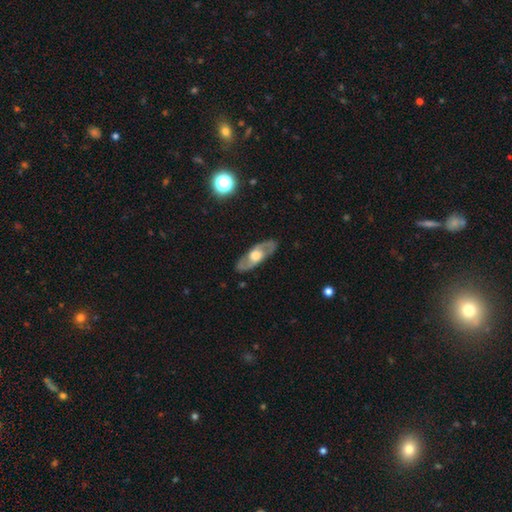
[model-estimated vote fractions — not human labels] featured or disk 70%, smooth 25%, star or artifact 5%. Down the decision tree: edge-on disk — no (77%); bar — no (71%); spiral arms — yes (65%); bulge size — moderate (62%); merging — none (86%).